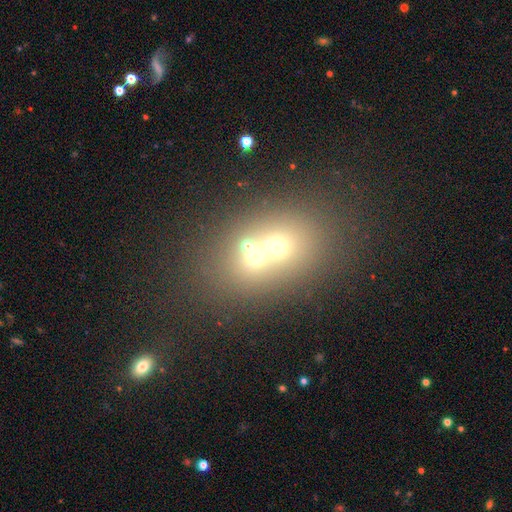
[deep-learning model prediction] Smooth or featured?
  - smooth: 55% *
  - star or artifact: 25%
  - featured or disk: 20%
How rounded?
  - round: 58% *
  - in between: 40%
  - cigar-shaped: 2%
Merging?
  - merger: 54% *
  - none: 35%
  - minor disturbance: 7%
  - major disturbance: 4%